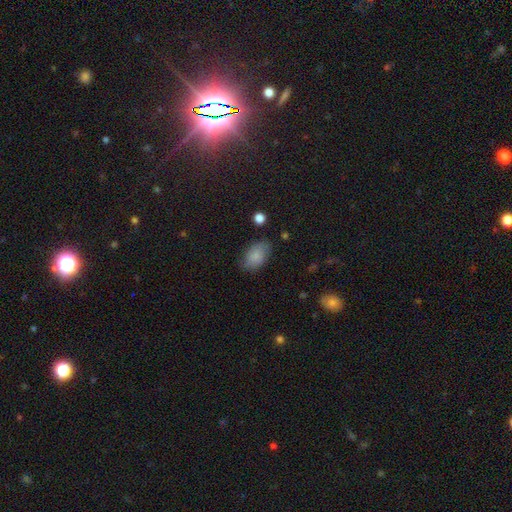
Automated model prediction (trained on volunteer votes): A smooth galaxy with no disk features (85%) that is in between round and cigar-shaped (91%).

Vote fractions:
- Smooth or featured? smooth: 85% / star or artifact: 8% / featured or disk: 7%
- How rounded? in between: 91% / round: 8% / cigar-shaped: 2%
- Merging? none: 76% / minor disturbance: 17% / major disturbance: 4% / merger: 2%